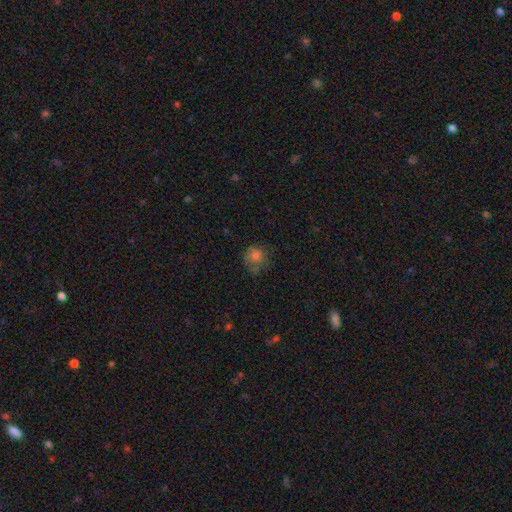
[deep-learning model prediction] Smooth or featured?
  - smooth: 71% *
  - featured or disk: 15%
  - star or artifact: 14%
How rounded?
  - round: 82% *
  - in between: 17%
  - cigar-shaped: 1%
Merging?
  - none: 60% *
  - minor disturbance: 25%
  - major disturbance: 13%
  - merger: 2%